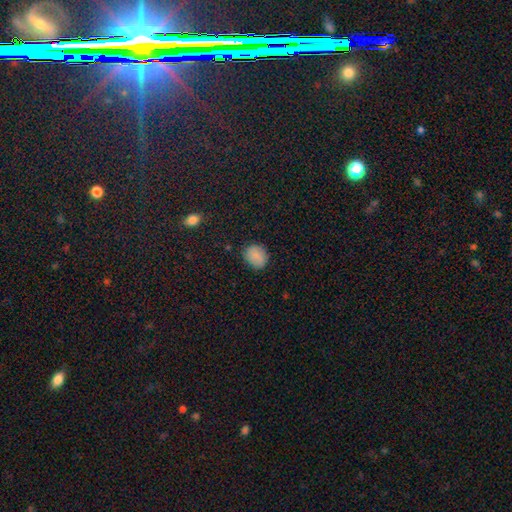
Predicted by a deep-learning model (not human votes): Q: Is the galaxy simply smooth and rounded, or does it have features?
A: smooth — 86%.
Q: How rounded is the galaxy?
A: round — 64%.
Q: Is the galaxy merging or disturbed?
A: none — 82%.